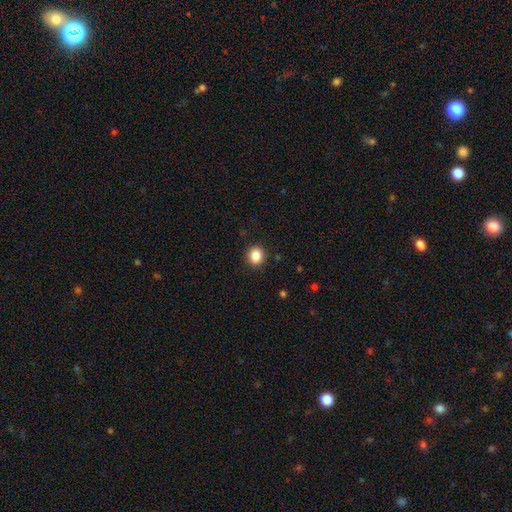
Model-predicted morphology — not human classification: smooth 87%, star or artifact 9%, featured or disk 4%. Down the decision tree: how rounded — round (69%); merging — none (90%).